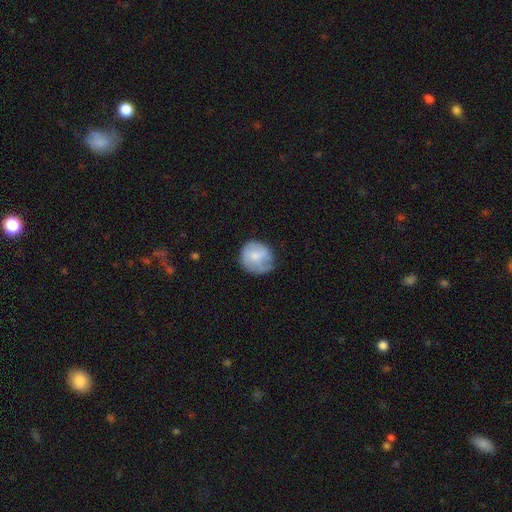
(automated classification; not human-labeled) smooth 65%, featured or disk 28%, star or artifact 7%. Down the decision tree: how rounded — round (85%); merging — none (60%).